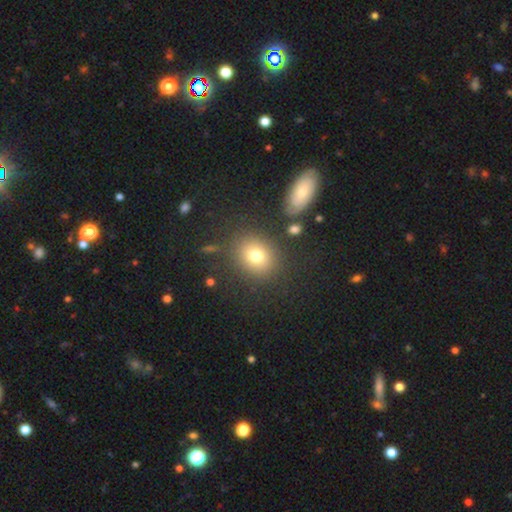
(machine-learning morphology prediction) Overall: smooth (75%). How rounded: round (70%). Merging: none (83%).